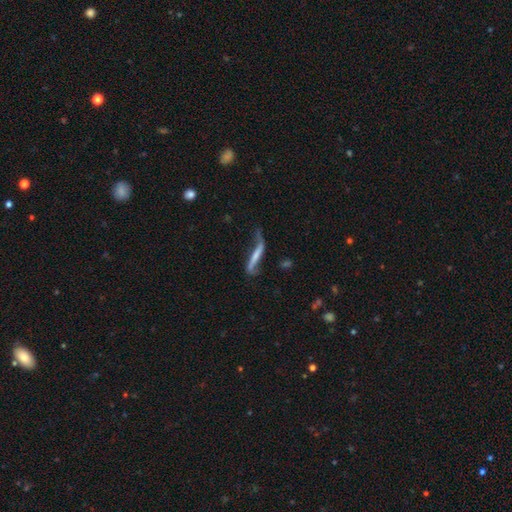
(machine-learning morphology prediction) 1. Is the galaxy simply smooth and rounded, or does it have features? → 60% featured or disk, 33% smooth, 7% star or artifact.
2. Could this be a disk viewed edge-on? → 51% no, 49% yes.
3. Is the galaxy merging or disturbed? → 38% none, 29% major disturbance, 27% minor disturbance, 6% merger.